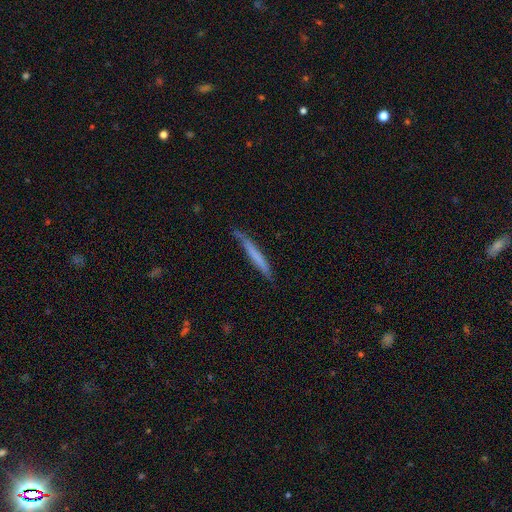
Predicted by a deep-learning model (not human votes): Smooth or featured?
  - smooth: 60% *
  - featured or disk: 34%
  - star or artifact: 6%
How rounded?
  - cigar-shaped: 96% *
  - in between: 2%
  - round: 1%
Merging?
  - none: 78% *
  - minor disturbance: 17%
  - major disturbance: 3%
  - merger: 2%